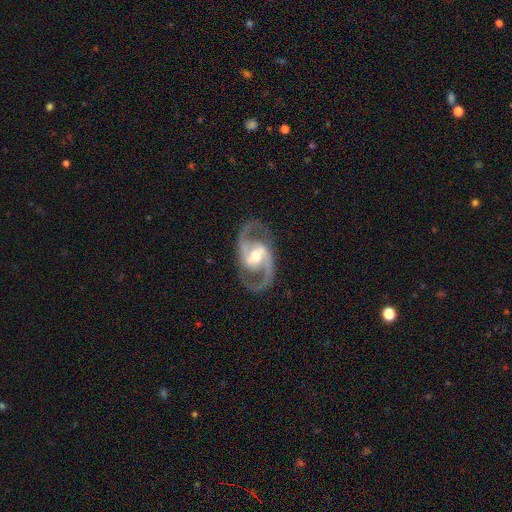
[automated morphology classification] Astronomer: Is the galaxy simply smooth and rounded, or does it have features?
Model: featured or disk — 92%.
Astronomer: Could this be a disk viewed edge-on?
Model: no — 97%.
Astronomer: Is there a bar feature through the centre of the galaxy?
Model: weak — 43% (runner-up: strong, 38%).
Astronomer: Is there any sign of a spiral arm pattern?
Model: yes — 97%.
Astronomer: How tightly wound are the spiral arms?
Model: medium — 64%.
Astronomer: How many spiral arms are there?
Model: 2 — 94%.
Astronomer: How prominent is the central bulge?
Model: moderate — 68%.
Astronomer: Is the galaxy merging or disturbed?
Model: none — 84%.